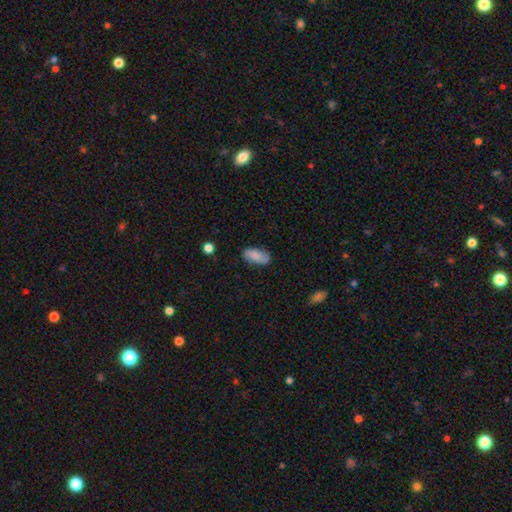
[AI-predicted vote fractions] Q: Smooth or featured?
A: smooth (79%); runner-up: featured or disk (14%)
Q: How rounded?
A: in between (90%); runner-up: cigar-shaped (7%)
Q: Merging?
A: none (81%); runner-up: minor disturbance (15%)